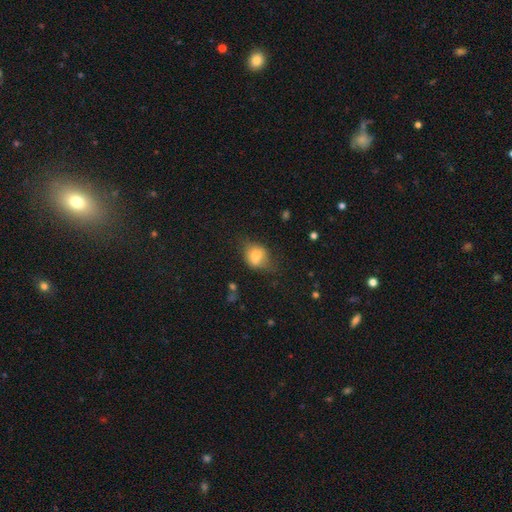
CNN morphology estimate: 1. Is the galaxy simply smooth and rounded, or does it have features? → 73% smooth, 18% featured or disk, 9% star or artifact.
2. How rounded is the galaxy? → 58% in between, 41% round, 2% cigar-shaped.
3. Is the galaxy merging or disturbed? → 52% none, 30% minor disturbance, 15% major disturbance, 3% merger.